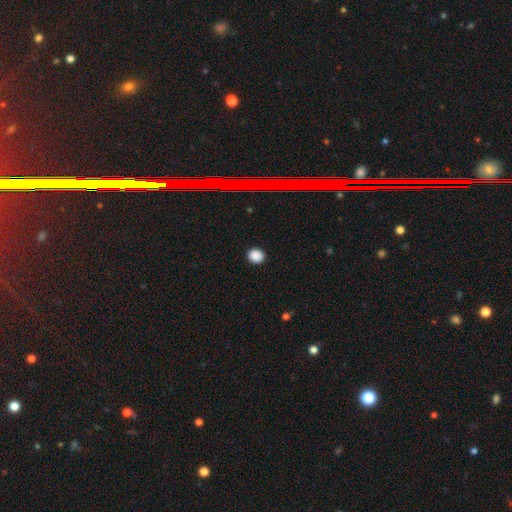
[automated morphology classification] Q: Smooth or featured?
A: smooth (85%); runner-up: star or artifact (11%)
Q: How rounded?
A: round (89%); runner-up: in between (10%)
Q: Merging?
A: none (91%); runner-up: minor disturbance (6%)